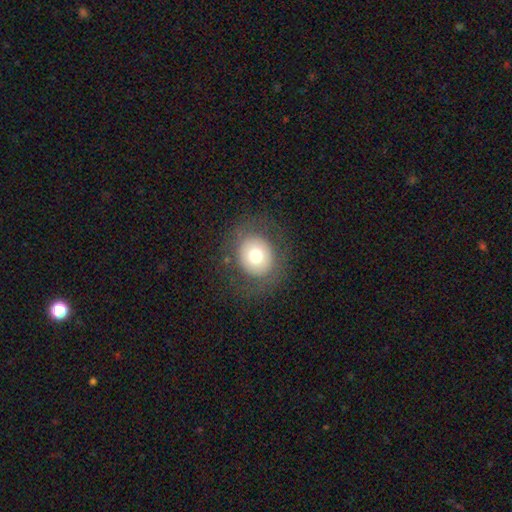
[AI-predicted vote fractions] Q: Smooth or featured?
A: smooth (67%); runner-up: featured or disk (21%)
Q: How rounded?
A: round (83%); runner-up: in between (16%)
Q: Merging?
A: none (80%); runner-up: minor disturbance (10%)